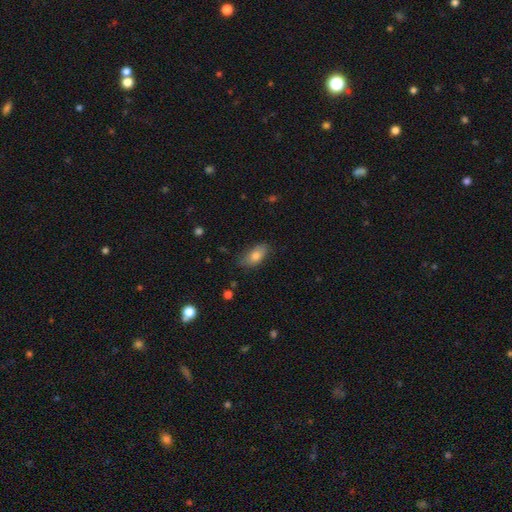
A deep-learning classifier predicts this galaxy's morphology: The model was most divided on "merging": none: 73%, minor disturbance: 21%, major disturbance: 4%, merger: 1%. More confident: how rounded — in between (88%); smooth or featured — smooth (80%).